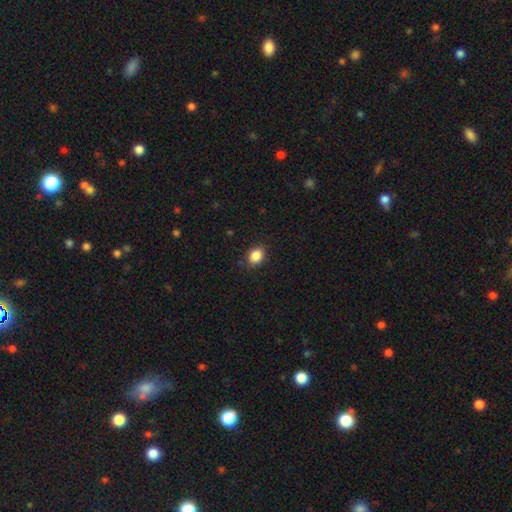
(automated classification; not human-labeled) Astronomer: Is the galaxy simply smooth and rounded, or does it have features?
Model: smooth — 87%.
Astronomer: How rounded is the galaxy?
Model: round — 50% (runner-up: in between, 49%).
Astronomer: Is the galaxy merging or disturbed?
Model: none — 85%.